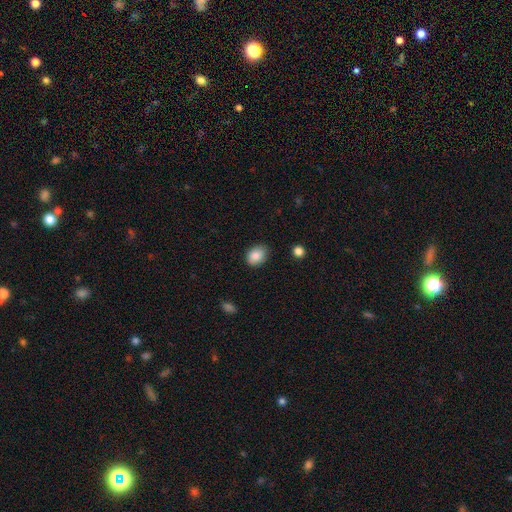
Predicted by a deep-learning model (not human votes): smooth 87%, star or artifact 8%, featured or disk 5%. Down the decision tree: how rounded — in between (62%); merging — none (80%).